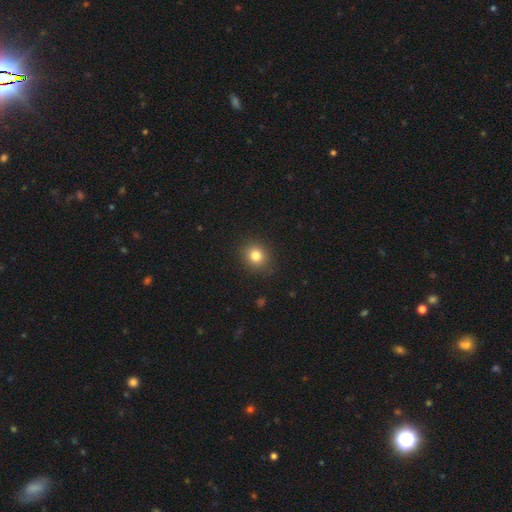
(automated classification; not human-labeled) Smooth or featured? Predicted: smooth (p=0.82). How rounded? Predicted: round (p=0.81). Merging? Predicted: none (p=0.89).